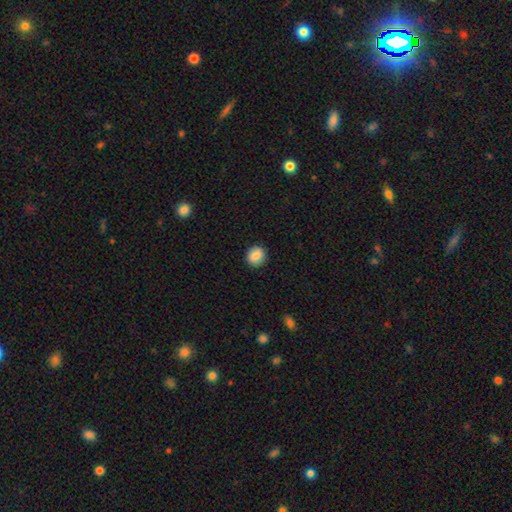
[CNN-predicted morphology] Smooth or featured? Predicted: smooth (p=0.85). How rounded? Predicted: round (p=0.86). Merging? Predicted: none (p=0.90).